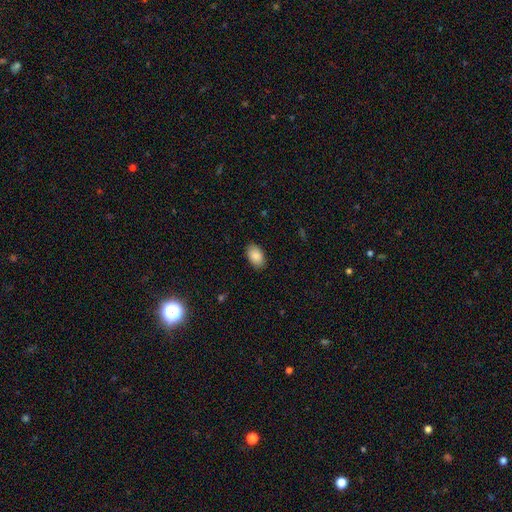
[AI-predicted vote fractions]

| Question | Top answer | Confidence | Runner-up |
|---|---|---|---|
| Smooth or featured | smooth | 88% | star or artifact (7%) |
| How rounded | in between | 92% | round (7%) |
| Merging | none | 88% | minor disturbance (9%) |